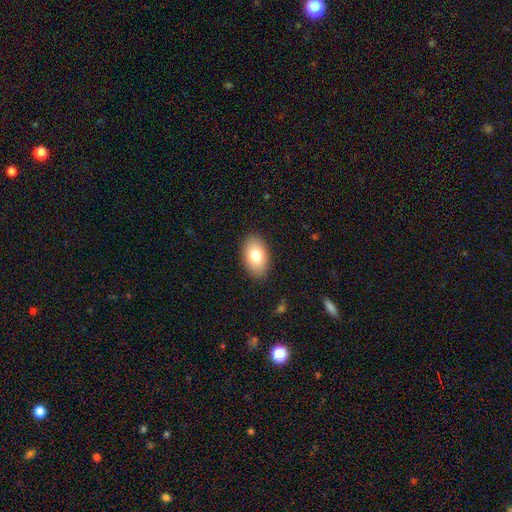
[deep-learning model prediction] A smooth galaxy with no disk features (80%) that is in between round and cigar-shaped (93%). Merging: none (88%).